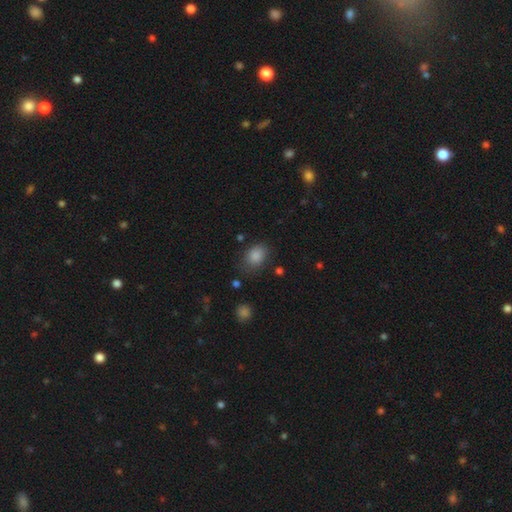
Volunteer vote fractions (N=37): Q: Smooth or featured?
A: smooth (92%); runner-up: star or artifact (5%)
Q: How rounded?
A: round (50%); tied with: in between (50%)
Q: Merging?
A: none (69%); runner-up: minor disturbance (20%)